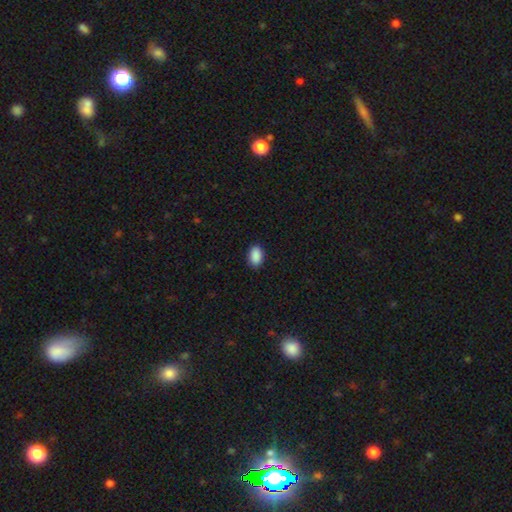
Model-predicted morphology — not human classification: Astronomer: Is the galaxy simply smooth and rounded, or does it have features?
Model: smooth — 91%.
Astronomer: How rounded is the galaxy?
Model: in between — 91%.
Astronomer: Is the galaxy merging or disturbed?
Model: none — 89%.